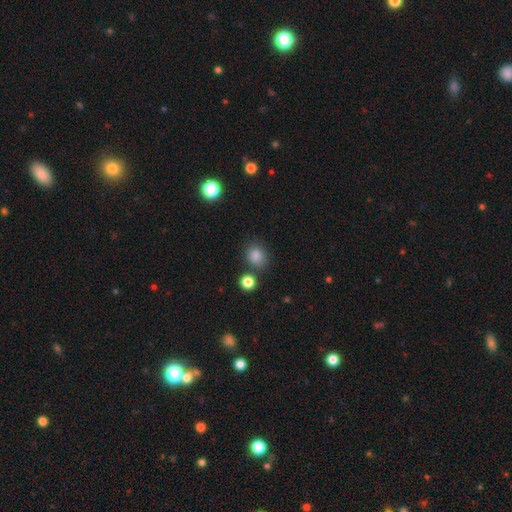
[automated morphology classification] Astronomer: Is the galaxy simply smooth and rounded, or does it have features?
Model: smooth — 83%.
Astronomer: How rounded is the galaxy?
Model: round — 72%.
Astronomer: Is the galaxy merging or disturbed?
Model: none — 75%.